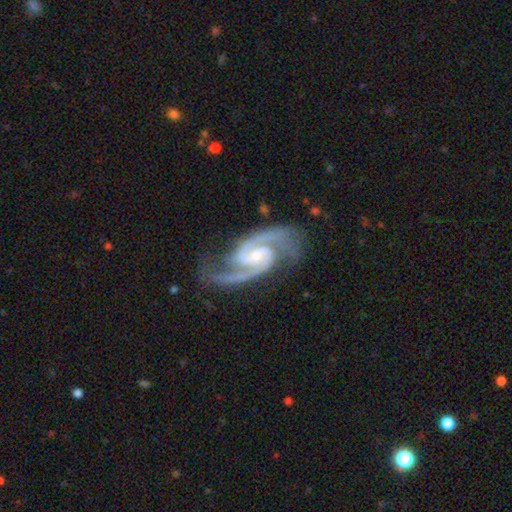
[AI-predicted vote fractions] This appears to be a featured or disk galaxy (94%) with a weak bar (42%, tied with no), 2 (93%) medium (65%) spiral arms (99%) and a small central bulge (60%). Merging: none (78%).